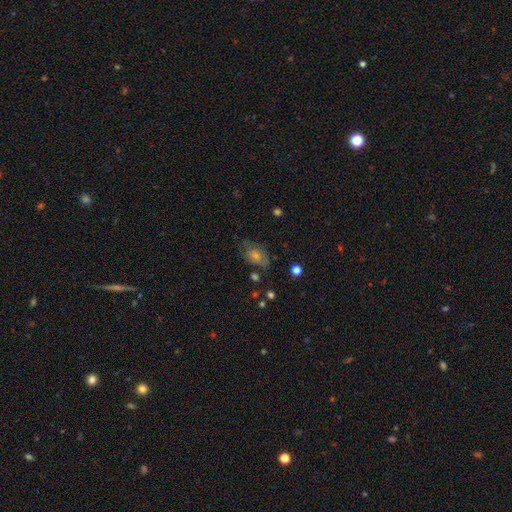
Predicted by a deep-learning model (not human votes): The model was most divided on "smooth or featured": smooth: 39%, featured or disk: 37%, star or artifact: 24%. More confident: merging — none (66%).